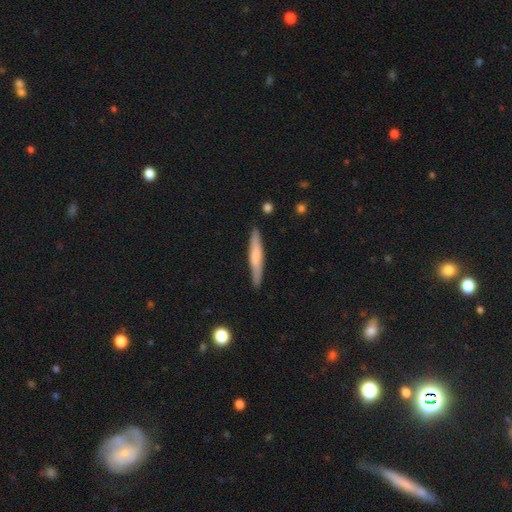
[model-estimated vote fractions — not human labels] Smooth or featured? smooth (56%)
How rounded? cigar-shaped (94%)
Merging? none (87%)